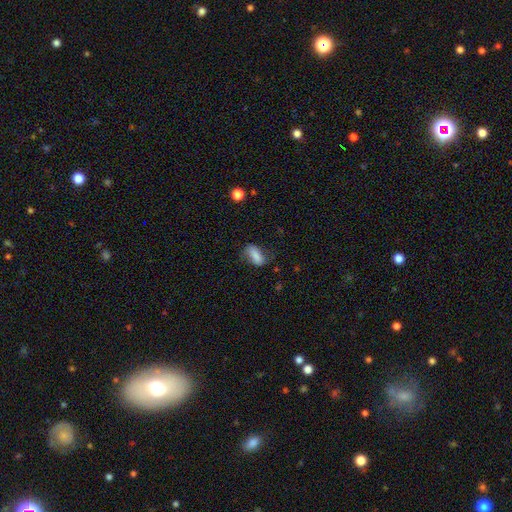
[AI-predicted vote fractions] This is likely a smooth galaxy (76%). How rounded: clearly in between (80%). Merging: possibly none (60%).